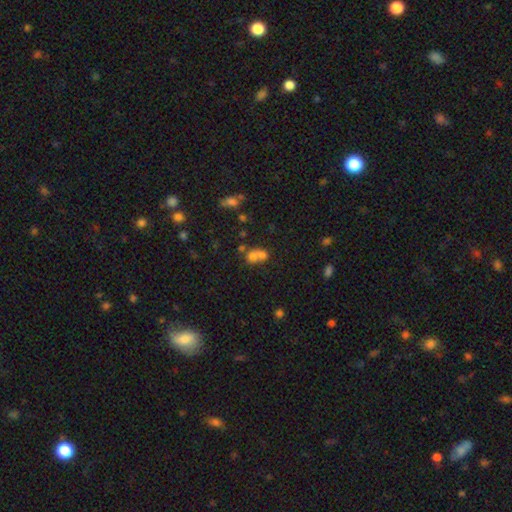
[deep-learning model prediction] Smooth or featured? Predicted: smooth (p=0.67). How rounded? Predicted: round (p=0.53). Merging? Predicted: merger (p=0.61).